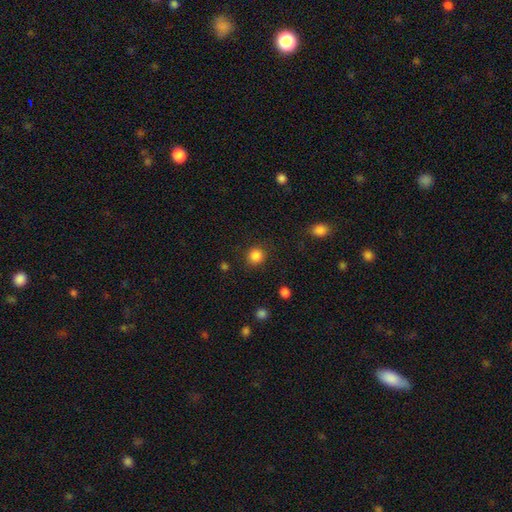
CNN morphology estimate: type=smooth (85%); roundness=round (91%); merging=none (88%).